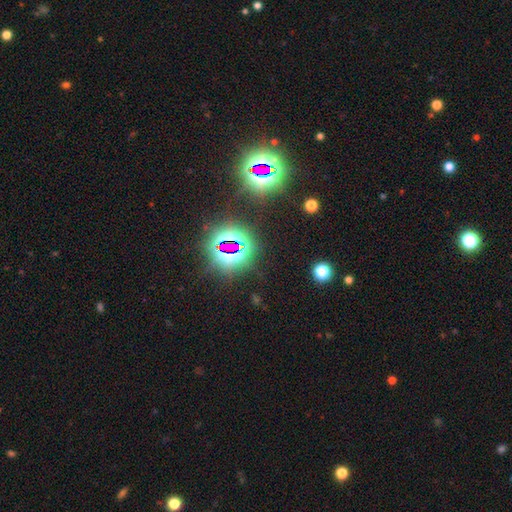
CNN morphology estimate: smooth-or-featured: star or artifact: 82% | smooth: 11% | featured or disk: 8%